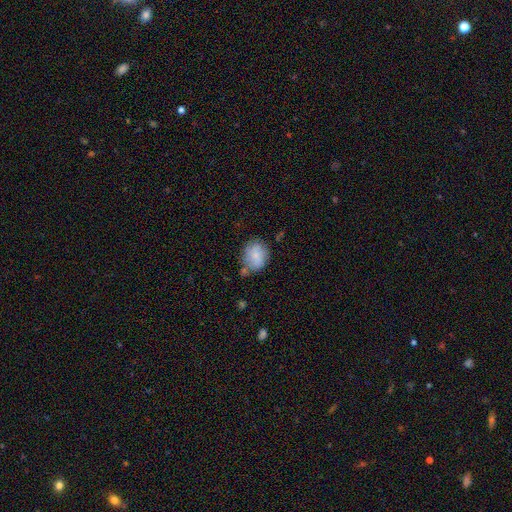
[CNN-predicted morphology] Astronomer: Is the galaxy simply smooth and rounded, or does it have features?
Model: smooth — 72%.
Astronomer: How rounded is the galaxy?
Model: round — 59% (runner-up: in between, 40%).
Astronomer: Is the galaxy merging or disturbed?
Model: none — 59%.